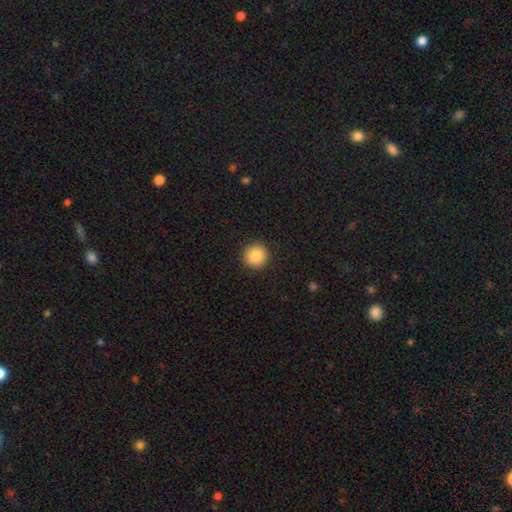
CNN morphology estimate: Smooth or featured?
  - smooth: 86% *
  - star or artifact: 9%
  - featured or disk: 5%
How rounded?
  - round: 95% *
  - in between: 4%
  - cigar-shaped: 1%
Merging?
  - none: 92% *
  - minor disturbance: 5%
  - major disturbance: 2%
  - merger: 1%